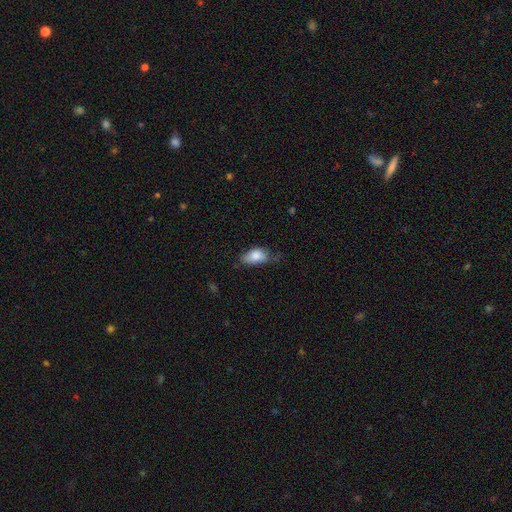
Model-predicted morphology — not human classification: Smooth or featured?
  - smooth: 82% *
  - featured or disk: 11%
  - star or artifact: 7%
How rounded?
  - in between: 89% *
  - round: 7%
  - cigar-shaped: 4%
Merging?
  - none: 48% *
  - minor disturbance: 38%
  - major disturbance: 12%
  - merger: 2%